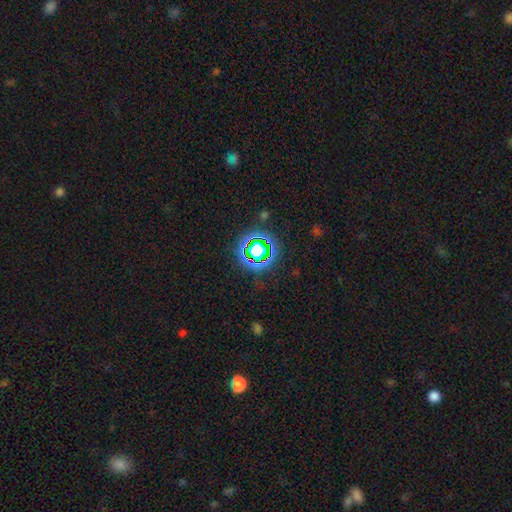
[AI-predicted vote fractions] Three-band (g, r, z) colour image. It shows a star or artifact, not a galaxy (72%).